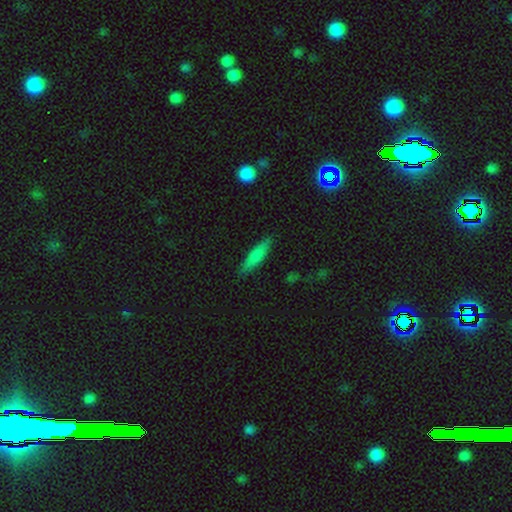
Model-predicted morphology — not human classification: Overall: smooth (78%). How rounded: cigar-shaped (73%). Merging: none (85%).